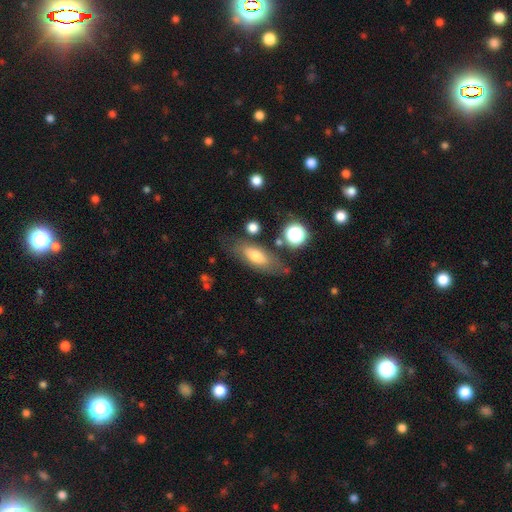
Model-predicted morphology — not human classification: Overall: smooth (64%; featured or disk 28%). How rounded: in between (73%). Merging: none (67%).